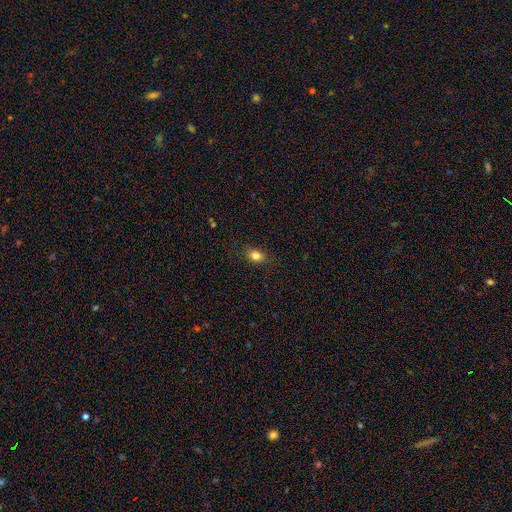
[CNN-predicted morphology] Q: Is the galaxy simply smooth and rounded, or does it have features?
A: smooth — 82%.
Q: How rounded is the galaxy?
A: in between — 71%.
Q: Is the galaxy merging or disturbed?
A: none — 86%.